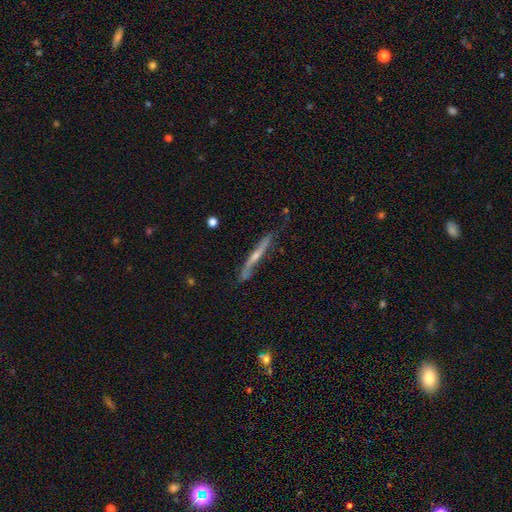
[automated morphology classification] A featured or disk galaxy (73%) viewed edge-on (91%) with a rounded central bulge (70%).

Vote fractions:
- Smooth or featured? featured or disk: 73% / smooth: 21% / star or artifact: 7%
- Edge-on disk? yes: 91% / no: 9%
- Edge-on bulge? rounded: 70% / none: 25% / boxy: 5%
- Merging? none: 71% / minor disturbance: 22% / major disturbance: 4% / merger: 2%